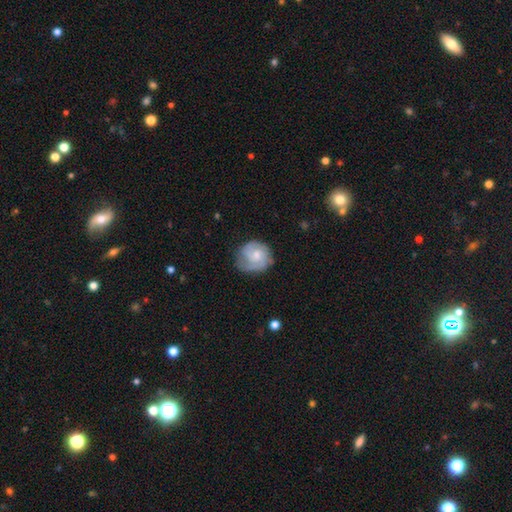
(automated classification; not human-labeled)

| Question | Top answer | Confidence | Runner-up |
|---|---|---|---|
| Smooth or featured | featured or disk | 59% | smooth (35%) |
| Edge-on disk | no | 98% | yes (2%) |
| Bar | no | 67% | weak (30%) |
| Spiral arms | yes | 88% | no (12%) |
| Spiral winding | tight | 50% | medium (37%) |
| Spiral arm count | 2 | 46% | can't tell (24%) |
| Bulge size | moderate | 44% | small (43%) |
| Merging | none | 61% | minor disturbance (27%) |